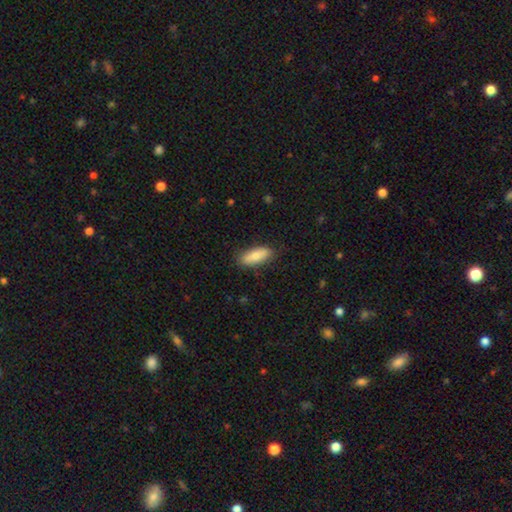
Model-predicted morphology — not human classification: type=smooth (80%); roundness=in between (79%); merging=none (82%).